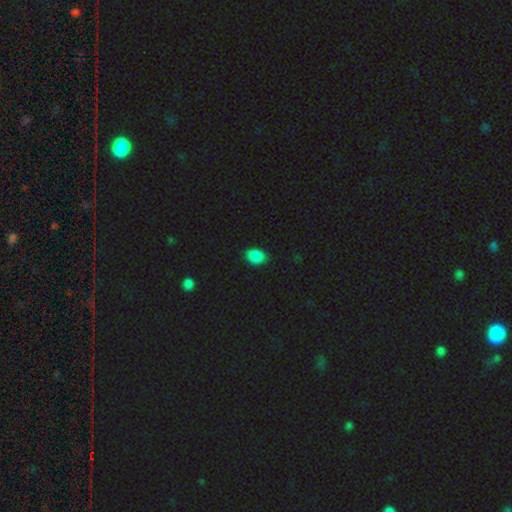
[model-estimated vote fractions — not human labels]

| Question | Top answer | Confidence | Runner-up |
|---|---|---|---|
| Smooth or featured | smooth | 86% | star or artifact (10%) |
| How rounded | in between | 73% | round (25%) |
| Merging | none | 84% | minor disturbance (13%) |